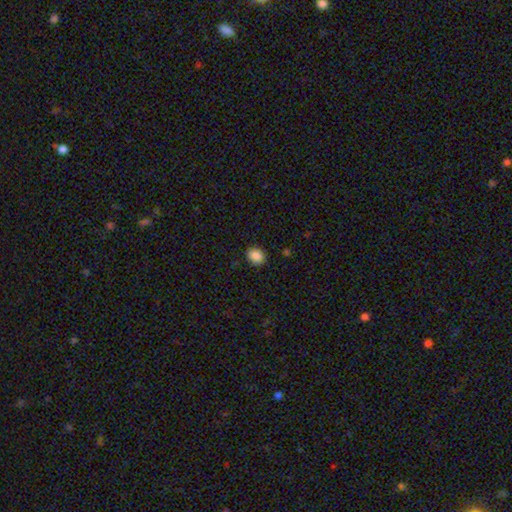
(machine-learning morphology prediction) A smooth galaxy with no disk features (88%) that is round (58%).

Vote fractions:
- Smooth or featured? smooth: 88% / star or artifact: 9% / featured or disk: 3%
- How rounded? round: 58% / in between: 42% / cigar-shaped: 1%
- Merging? none: 89% / minor disturbance: 8% / major disturbance: 2% / merger: 1%